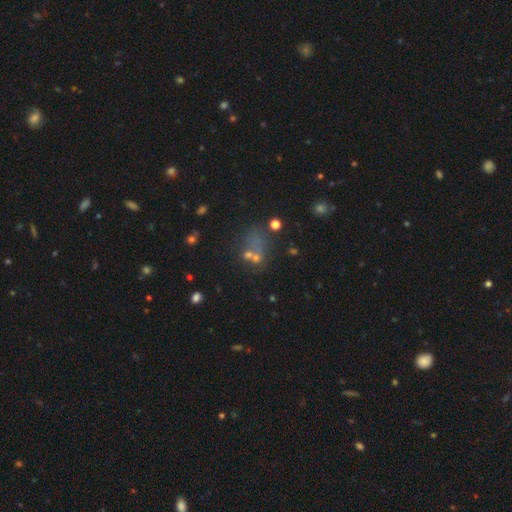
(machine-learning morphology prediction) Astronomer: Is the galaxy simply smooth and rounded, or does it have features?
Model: smooth — 42% (runner-up: star or artifact, 38%).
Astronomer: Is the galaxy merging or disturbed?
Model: none — 40% (runner-up: merger, 34%).